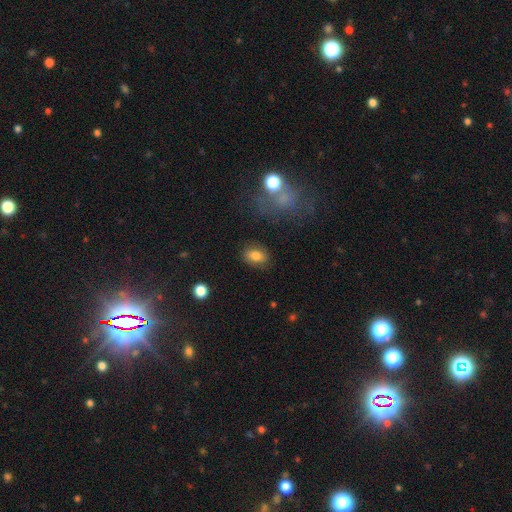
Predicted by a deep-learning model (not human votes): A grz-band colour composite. It shows a smooth galaxy with no disk features (77%) that is in between round and cigar-shaped (76%). Merging: none (84%).